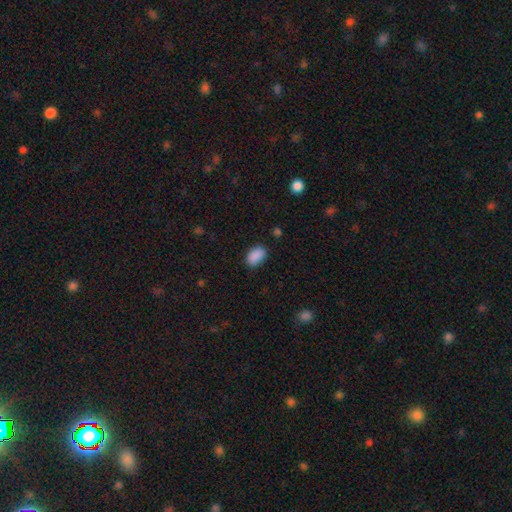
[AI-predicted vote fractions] smooth-or-featured: smooth: 89% | star or artifact: 8% | featured or disk: 3%
  how-rounded: in between: 89% | round: 10% | cigar-shaped: 1%
  merging: none: 81% | minor disturbance: 14% | major disturbance: 3% | merger: 1%